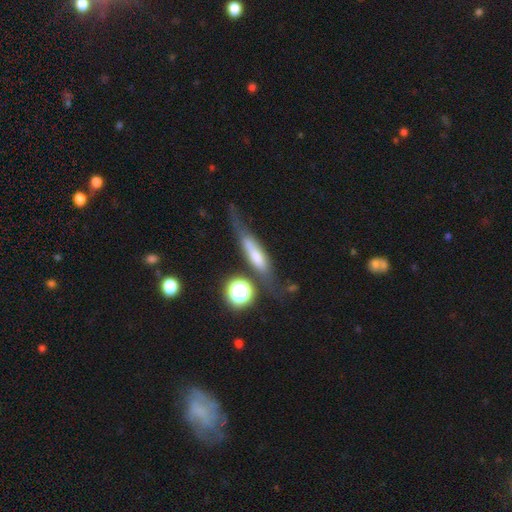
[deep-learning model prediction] Q: Smooth or featured?
A: smooth (51%); runner-up: featured or disk (37%)
Q: How rounded?
A: cigar-shaped (65%); runner-up: in between (25%)
Q: Merging?
A: none (51%); runner-up: minor disturbance (23%)